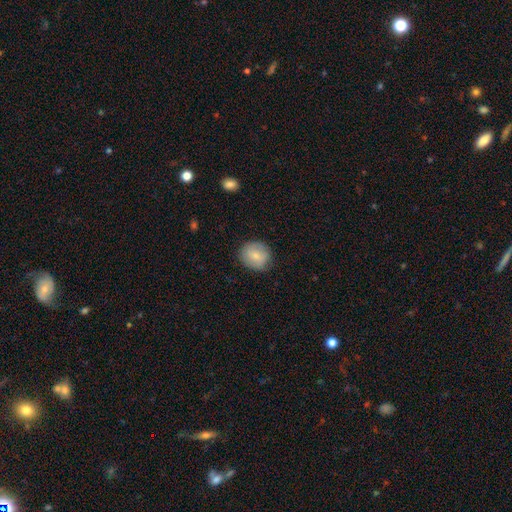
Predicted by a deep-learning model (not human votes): Smooth or featured?
  - smooth: 78% *
  - featured or disk: 15%
  - star or artifact: 7%
How rounded?
  - round: 81% *
  - in between: 18%
  - cigar-shaped: 1%
Merging?
  - none: 83% *
  - minor disturbance: 12%
  - major disturbance: 3%
  - merger: 1%